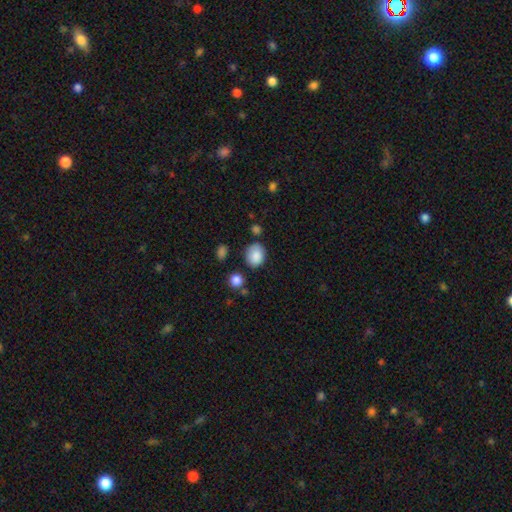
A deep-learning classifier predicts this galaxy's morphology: smooth-or-featured: smooth: 87% | star or artifact: 8% | featured or disk: 5%
  how-rounded: in between: 54% | round: 45% | cigar-shaped: 1%
  merging: none: 70% | minor disturbance: 20% | merger: 5% | major disturbance: 5%